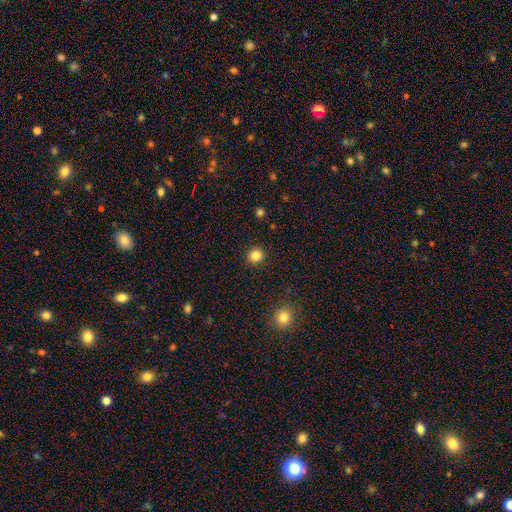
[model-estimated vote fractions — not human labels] smooth_or_featured: smooth (p=0.85) [alt: star or artifact p=0.11]
how_rounded: round (p=0.92) [alt: in between p=0.07]
merging: none (p=0.93) [alt: minor disturbance p=0.04]